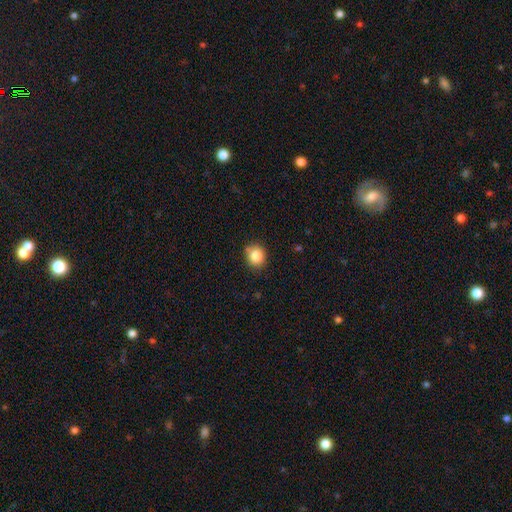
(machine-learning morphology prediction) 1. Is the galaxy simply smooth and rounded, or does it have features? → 85% smooth, 10% star or artifact, 5% featured or disk.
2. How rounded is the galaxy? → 82% round, 17% in between, 1% cigar-shaped.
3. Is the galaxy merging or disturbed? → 82% none, 12% minor disturbance, 3% merger, 3% major disturbance.